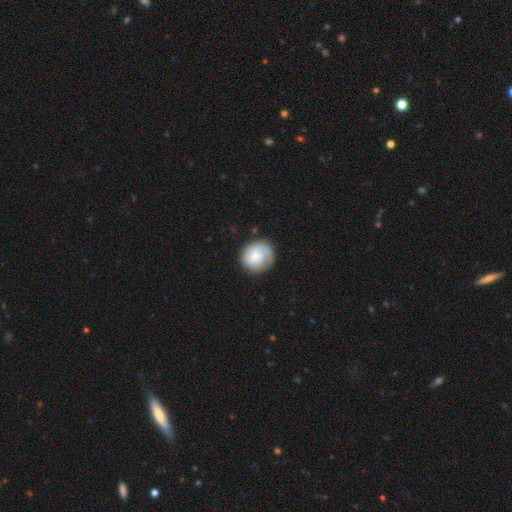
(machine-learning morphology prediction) Smooth or featured? smooth (51%)
How rounded? round (85%)
Merging? none (73%)